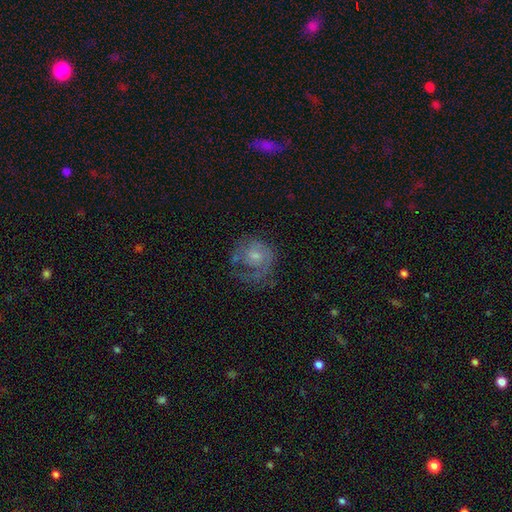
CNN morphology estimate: type=featured or disk (66%); edge-on=no (98%); bar=no (67%); spiral arms=yes (82%); winding=tight (41%); arm count=1 (39%); bulge=small (47%); merging=none (46%).